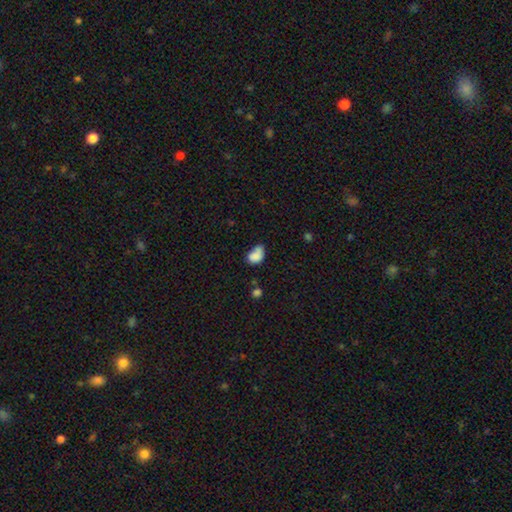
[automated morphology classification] A smooth galaxy with no disk features (81%) that is in between round and cigar-shaped (80%).

Vote fractions:
- Smooth or featured? smooth: 81% / star or artifact: 10% / featured or disk: 9%
- How rounded? in between: 80% / round: 19% / cigar-shaped: 1%
- Merging? minor disturbance: 37% / none: 36% / major disturbance: 14% / merger: 13%